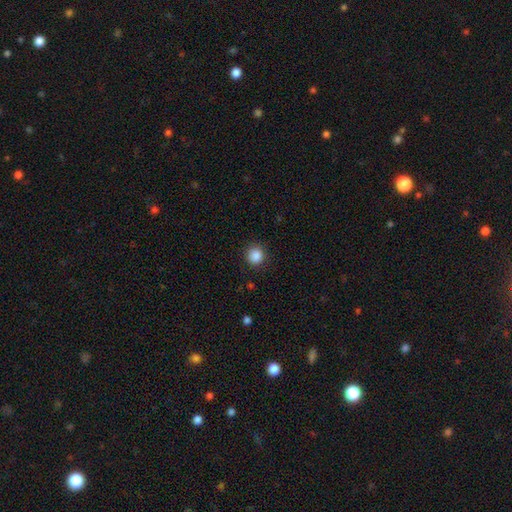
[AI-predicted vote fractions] smooth-or-featured: smooth: 87% | star or artifact: 10% | featured or disk: 3%
  how-rounded: round: 92% | in between: 7% | cigar-shaped: 1%
  merging: none: 89% | minor disturbance: 7% | major disturbance: 3% | merger: 1%